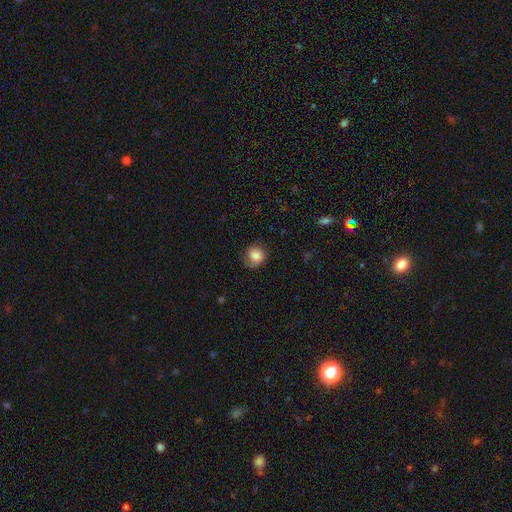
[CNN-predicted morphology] This appears to be a smooth galaxy with no disk features (69%) that is round (75%). Merging: none (63%).